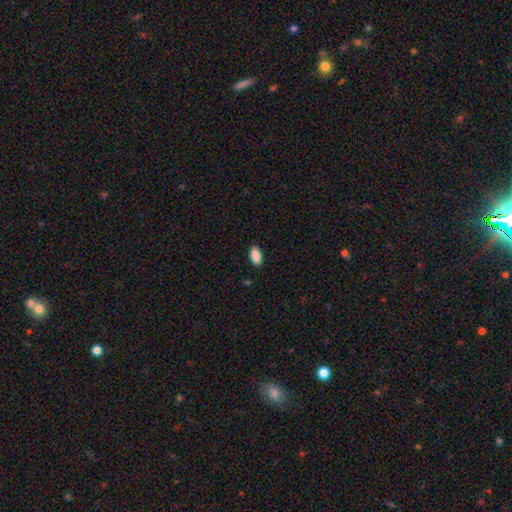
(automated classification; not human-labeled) smooth_or_featured: smooth (p=0.90) [alt: star or artifact p=0.07]
how_rounded: in between (p=0.93) [alt: cigar-shaped p=0.04]
merging: none (p=0.89) [alt: minor disturbance p=0.08]